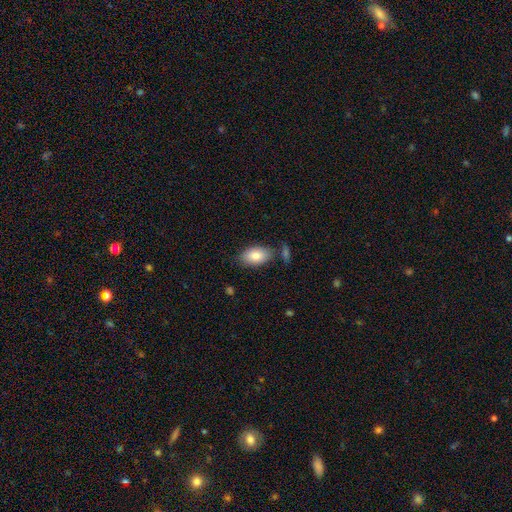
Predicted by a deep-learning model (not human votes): Q: Smooth or featured?
A: smooth (83%); runner-up: featured or disk (10%)
Q: How rounded?
A: in between (93%); runner-up: round (6%)
Q: Merging?
A: none (75%); runner-up: minor disturbance (14%)